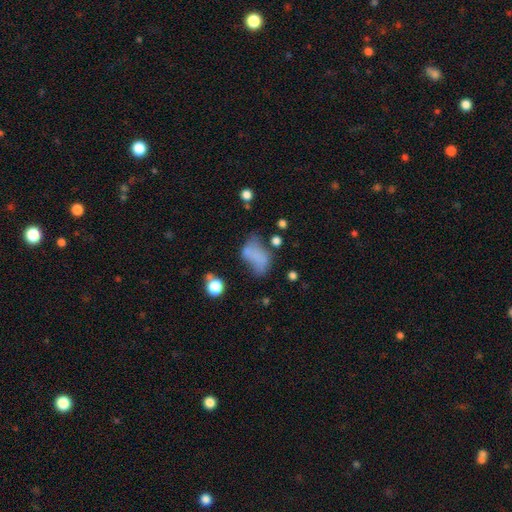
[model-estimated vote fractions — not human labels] Q: Smooth or featured?
A: smooth (62%); runner-up: featured or disk (23%)
Q: How rounded?
A: in between (86%); runner-up: round (11%)
Q: Merging?
A: none (30%); runner-up: major disturbance (29%)